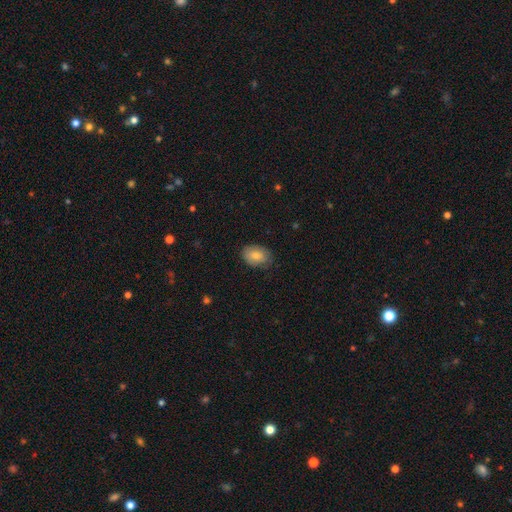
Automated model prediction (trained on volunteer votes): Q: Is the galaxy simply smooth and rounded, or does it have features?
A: smooth — 81%.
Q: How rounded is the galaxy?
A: in between — 82%.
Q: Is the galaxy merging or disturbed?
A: none — 75%.